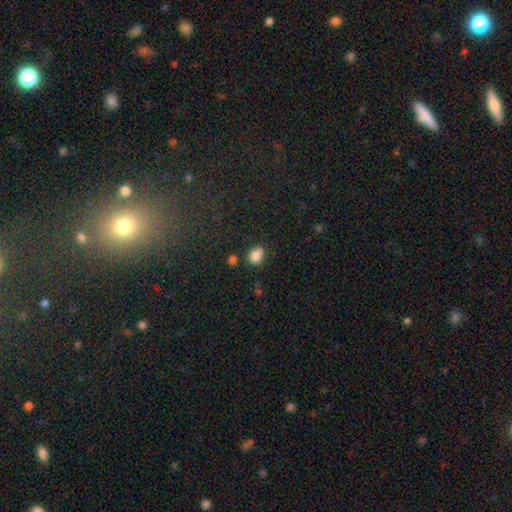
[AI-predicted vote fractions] This appears to be a smooth galaxy with no disk features (82%) that is round (55%). Merging: none (60%).